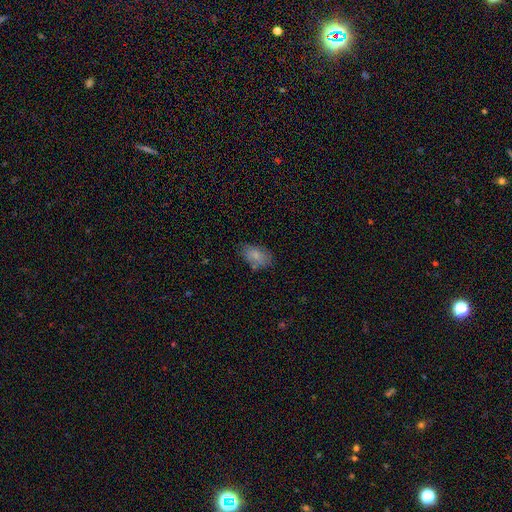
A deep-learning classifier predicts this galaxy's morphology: A smooth galaxy with no disk features (81%) that is in between round and cigar-shaped (89%). Merging: none (68%).